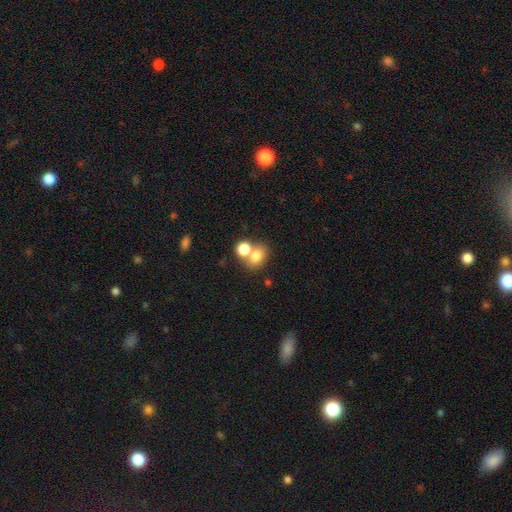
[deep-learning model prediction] The model was most divided on "merging": merger: 46%, none: 42%, minor disturbance: 8%, major disturbance: 4%. More confident: smooth or featured — smooth (77%); how rounded — in between (52%).